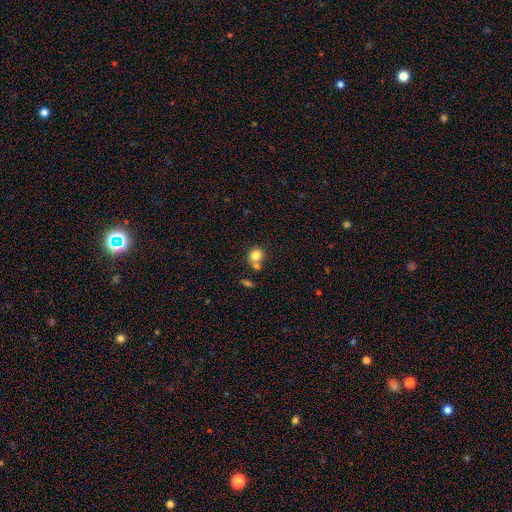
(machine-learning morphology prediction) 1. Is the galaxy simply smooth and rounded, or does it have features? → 81% smooth, 10% star or artifact, 9% featured or disk.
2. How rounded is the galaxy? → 81% round, 18% in between, 1% cigar-shaped.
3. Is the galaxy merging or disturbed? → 57% none, 29% merger, 10% minor disturbance, 4% major disturbance.